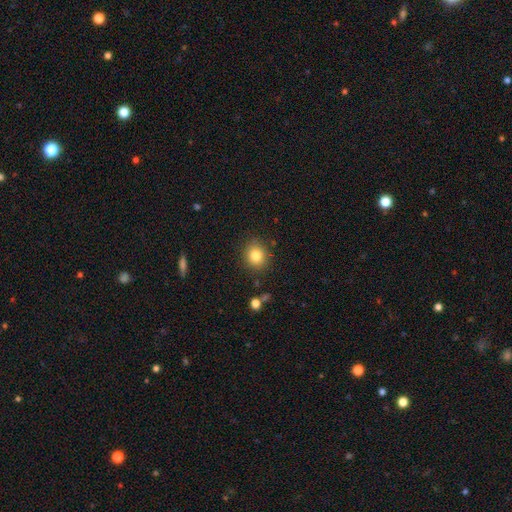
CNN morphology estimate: This appears to be a smooth galaxy with no disk features (82%) that is round (78%). Merging: none (86%).